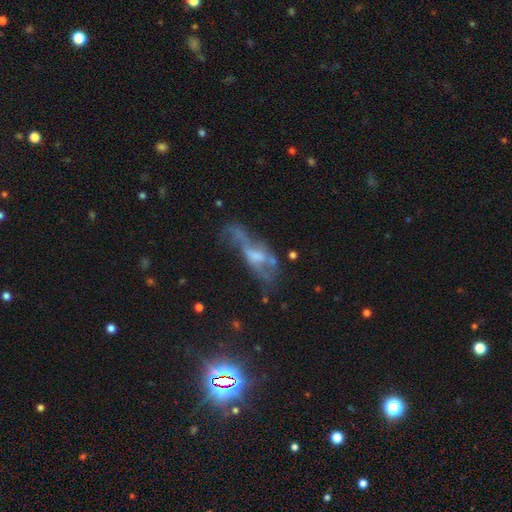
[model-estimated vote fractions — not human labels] The model was most divided on "merging": major disturbance: 35%, none: 33%, minor disturbance: 20%, merger: 11%. More confident: edge-on disk — no (73%); smooth or featured — featured or disk (59%).